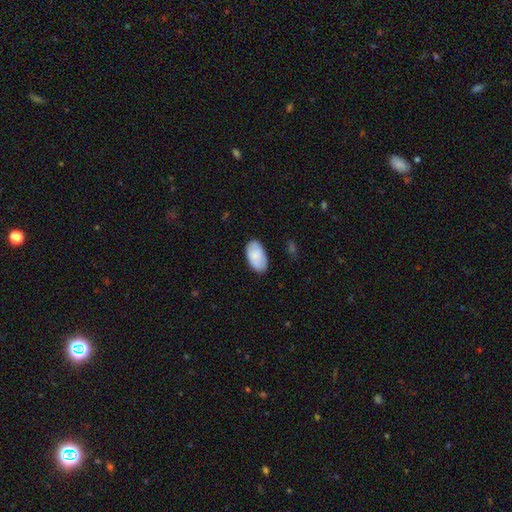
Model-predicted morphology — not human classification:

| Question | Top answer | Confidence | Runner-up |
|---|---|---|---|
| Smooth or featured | smooth | 83% | featured or disk (11%) |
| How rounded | in between | 95% | round (3%) |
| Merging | none | 78% | minor disturbance (18%) |